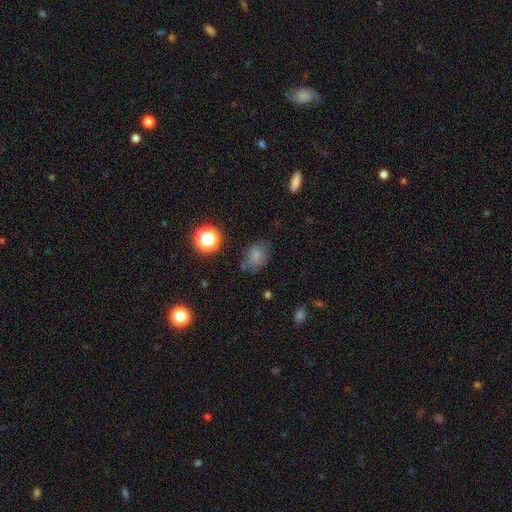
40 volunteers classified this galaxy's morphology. Volunteers were most divided on "merging": none: 49%, minor disturbance: 31%, major disturbance: 11%, merger: 9%. More confident: how rounded — in between (91%); smooth or featured — smooth (80%).